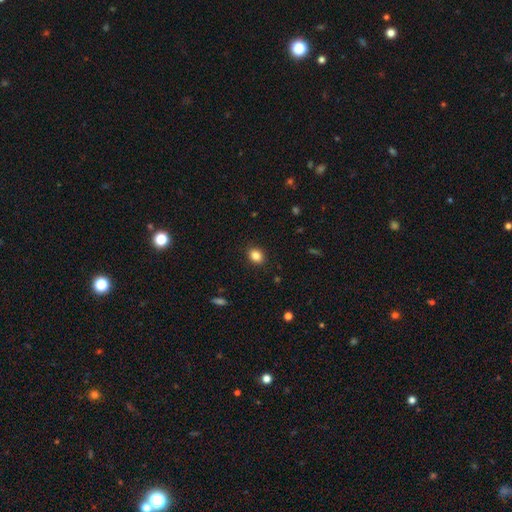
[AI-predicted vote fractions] A smooth galaxy with no disk features (85%) that is in between round and cigar-shaped (55%).

Vote fractions:
- Smooth or featured? smooth: 85% / star or artifact: 10% / featured or disk: 5%
- How rounded? in between: 55% / round: 44% / cigar-shaped: 1%
- Merging? none: 89% / minor disturbance: 7% / major disturbance: 2% / merger: 1%